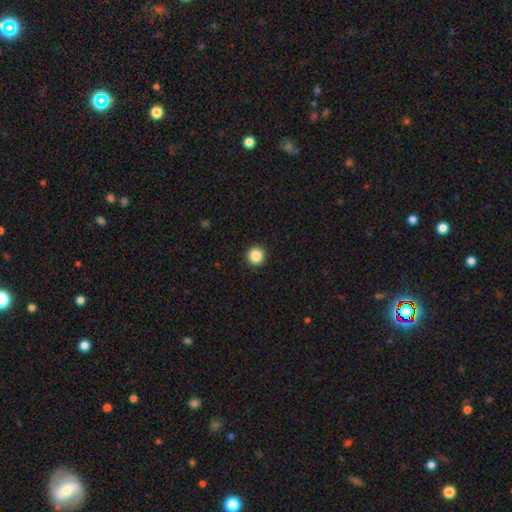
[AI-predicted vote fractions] The model was most divided on "smooth or featured": smooth: 87%, star or artifact: 10%, featured or disk: 3%. More confident: how rounded — round (96%); merging — none (93%).